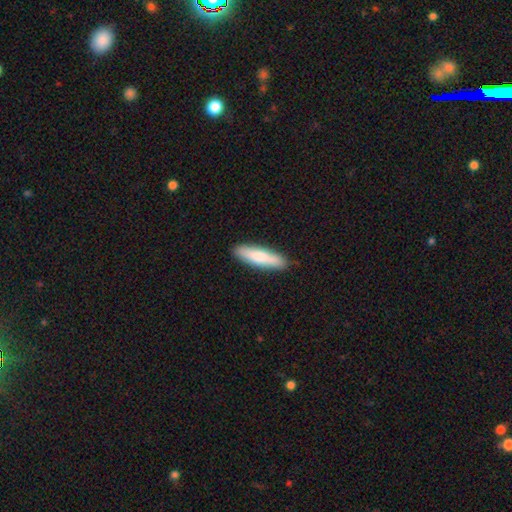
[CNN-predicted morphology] Smooth or featured? smooth (76%)
How rounded? cigar-shaped (76%)
Merging? none (89%)